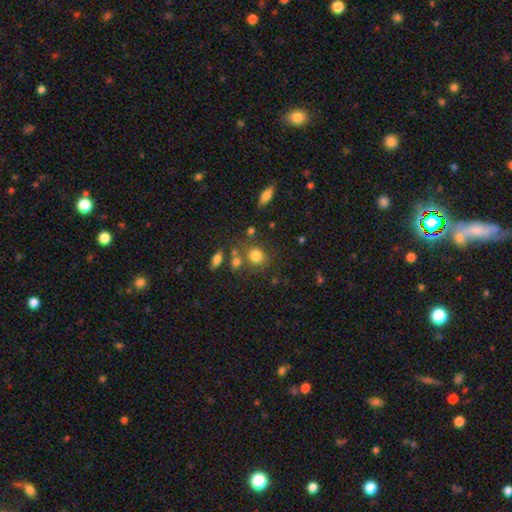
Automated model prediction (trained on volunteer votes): Smooth or featured: smooth — 79% (star or artifact — 13%)
How rounded: round — 70% (in between — 28%)
Merging: none — 68% (merger — 14%)